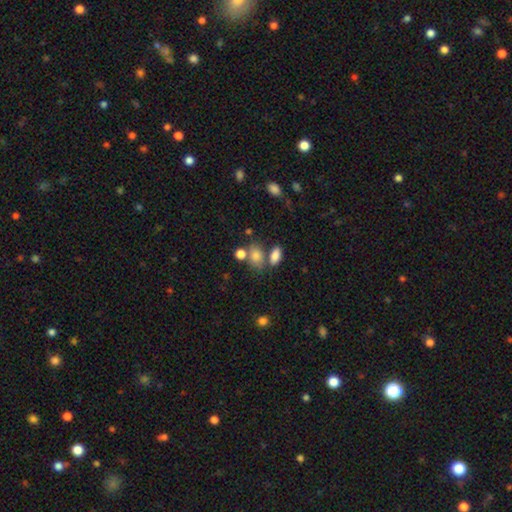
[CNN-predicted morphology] smooth-or-featured: smooth: 79% | star or artifact: 12% | featured or disk: 9%
  how-rounded: in between: 65% | round: 33% | cigar-shaped: 2%
  merging: none: 51% | merger: 29% | minor disturbance: 14% | major disturbance: 6%